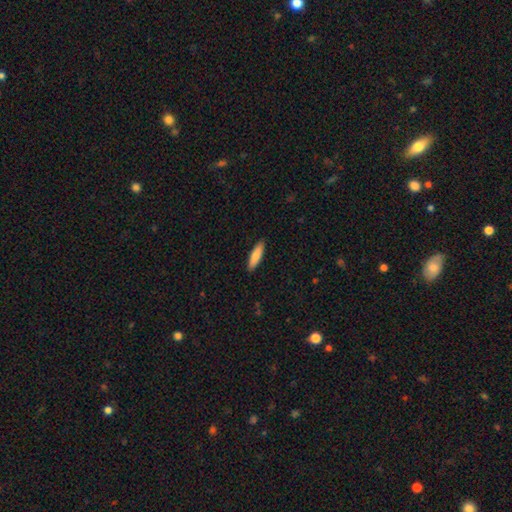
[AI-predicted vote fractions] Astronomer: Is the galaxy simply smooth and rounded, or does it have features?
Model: smooth — 83%.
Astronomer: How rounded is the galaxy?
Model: cigar-shaped — 70%.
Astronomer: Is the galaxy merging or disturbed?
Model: none — 90%.